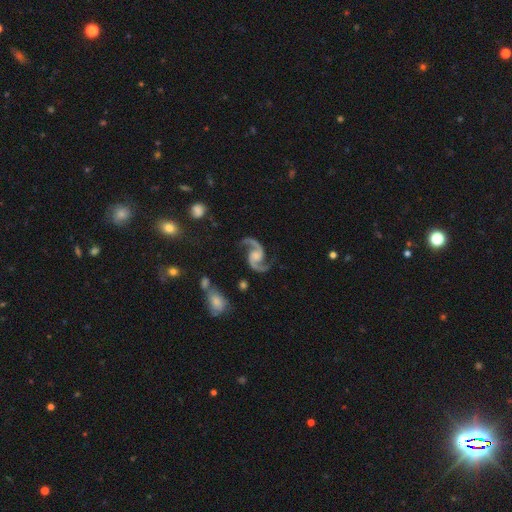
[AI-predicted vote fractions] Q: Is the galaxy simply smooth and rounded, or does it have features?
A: featured or disk — 94%.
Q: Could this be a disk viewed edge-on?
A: no — 98%.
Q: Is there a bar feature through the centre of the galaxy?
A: no — 59%.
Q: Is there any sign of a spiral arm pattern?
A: yes — 98%.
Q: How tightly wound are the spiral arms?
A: medium — 47%.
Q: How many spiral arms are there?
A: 2 — 95%.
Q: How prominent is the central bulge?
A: moderate — 31%, tied with none.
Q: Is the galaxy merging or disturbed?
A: none — 78%.